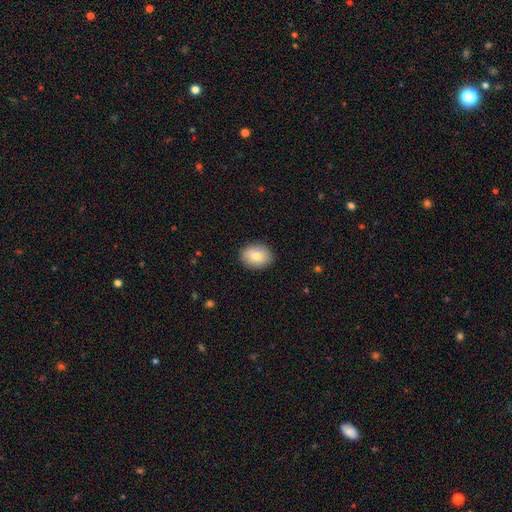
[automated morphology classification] Overall: smooth (79%). How rounded: in between (60%; round 39%). Merging: none (88%).